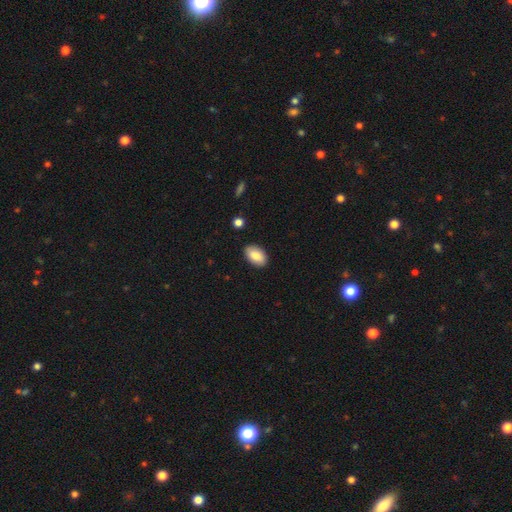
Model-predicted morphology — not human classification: Q: Smooth or featured?
A: smooth (84%); runner-up: featured or disk (9%)
Q: How rounded?
A: in between (93%); runner-up: round (6%)
Q: Merging?
A: none (88%); runner-up: minor disturbance (9%)